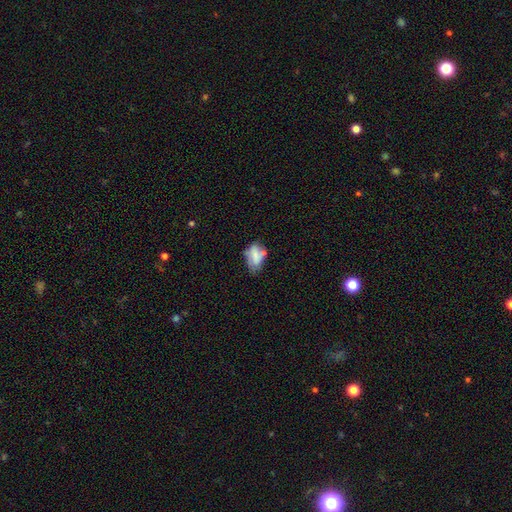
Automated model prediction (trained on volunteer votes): This appears to be a smooth galaxy with no disk features (65%) that is in between round and cigar-shaped (88%). Merging: none (41%).